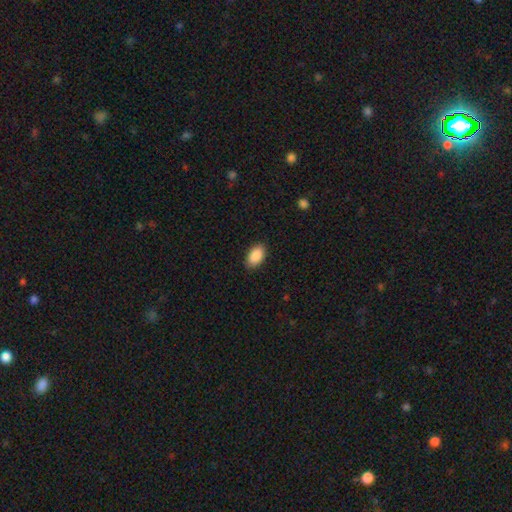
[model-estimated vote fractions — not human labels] Smooth or featured? smooth (90%)
How rounded? in between (94%)
Merging? none (88%)